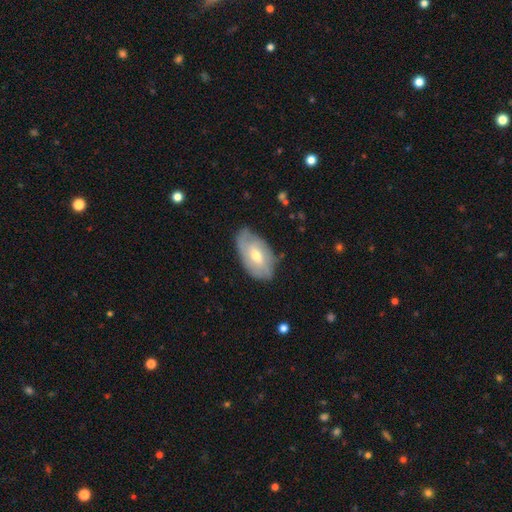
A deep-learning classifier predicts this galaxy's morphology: type=smooth (47%, tied with featured or disk); merging=none (69%).